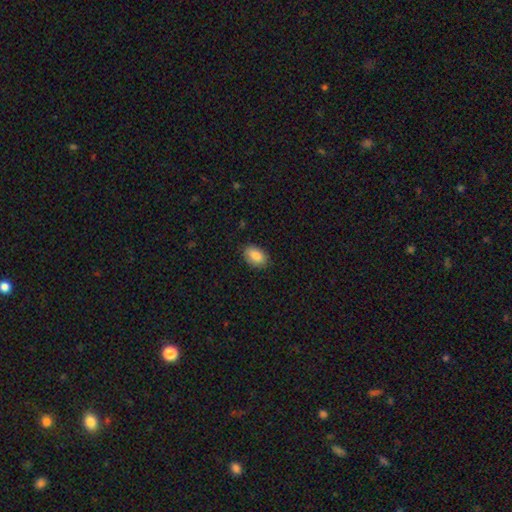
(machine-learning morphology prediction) Smooth or featured?
  - smooth: 87% *
  - star or artifact: 7%
  - featured or disk: 6%
How rounded?
  - in between: 90% *
  - round: 8%
  - cigar-shaped: 1%
Merging?
  - none: 86% *
  - minor disturbance: 11%
  - major disturbance: 2%
  - merger: 1%